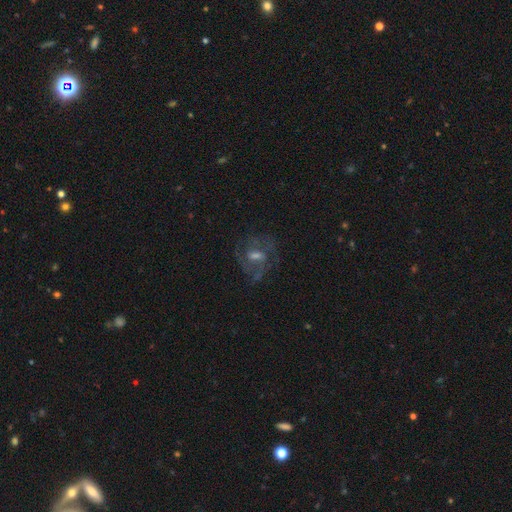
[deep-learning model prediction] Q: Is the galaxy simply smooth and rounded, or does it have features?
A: featured or disk — 66%.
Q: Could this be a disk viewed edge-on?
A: no — 96%.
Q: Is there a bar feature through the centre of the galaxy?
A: weak — 49%.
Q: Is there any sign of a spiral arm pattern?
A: yes — 78%.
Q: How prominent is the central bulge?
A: moderate — 48%.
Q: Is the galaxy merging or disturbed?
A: none — 63%.